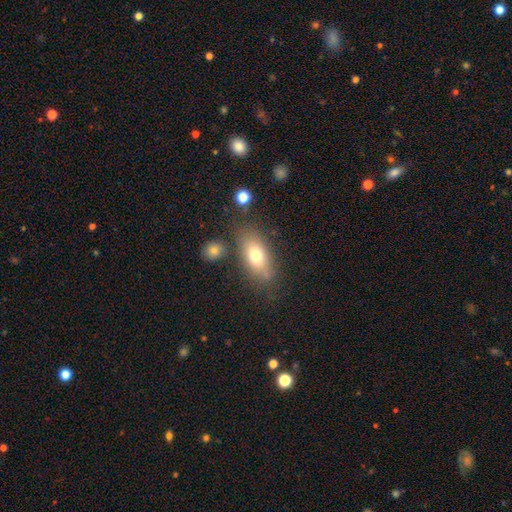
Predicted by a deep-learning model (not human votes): smooth_or_featured: smooth (p=0.73) [alt: featured or disk p=0.18]
how_rounded: in between (p=0.84) [alt: cigar-shaped p=0.09]
merging: none (p=0.71) [alt: minor disturbance p=0.16]